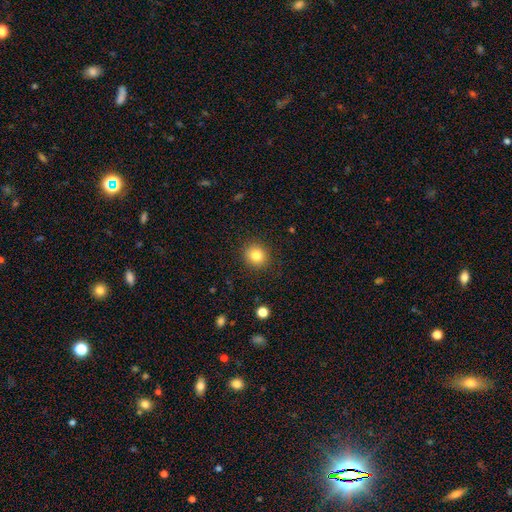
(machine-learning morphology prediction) smooth 81%, star or artifact 11%, featured or disk 8%. Down the decision tree: how rounded — round (85%); merging — none (89%).